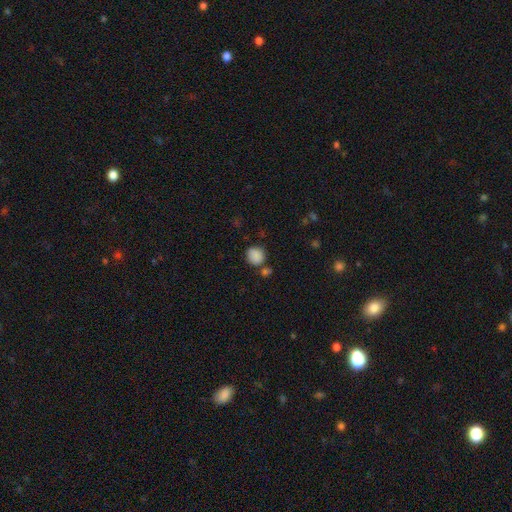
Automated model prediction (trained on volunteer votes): A smooth galaxy with no disk features (86%) that is round (82%). Merging: none (70%).